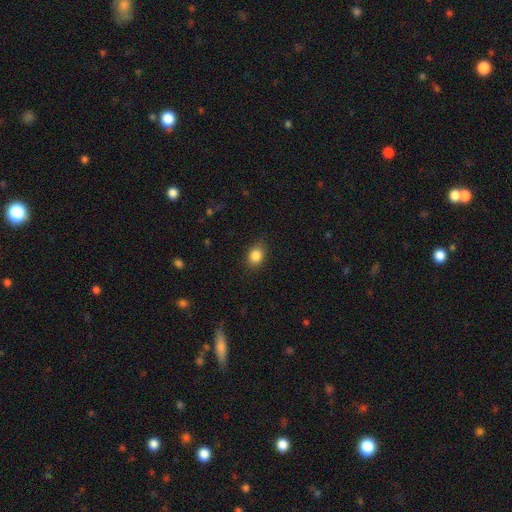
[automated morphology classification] Smooth or featured: smooth — 86% (star or artifact — 9%)
How rounded: in between — 60% (round — 39%)
Merging: none — 82% (minor disturbance — 14%)